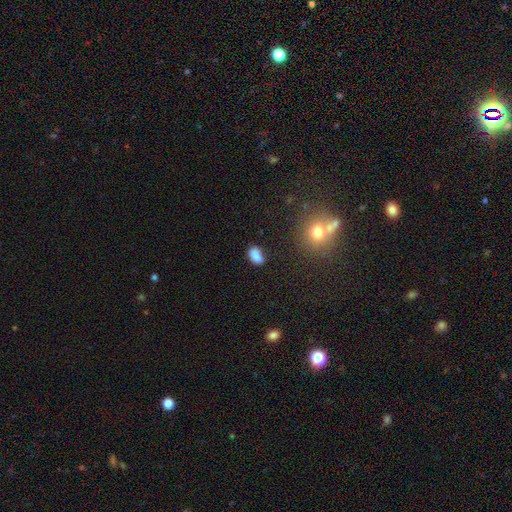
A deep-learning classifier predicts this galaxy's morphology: type=smooth (82%); roundness=in between (87%); merging=none (62%).